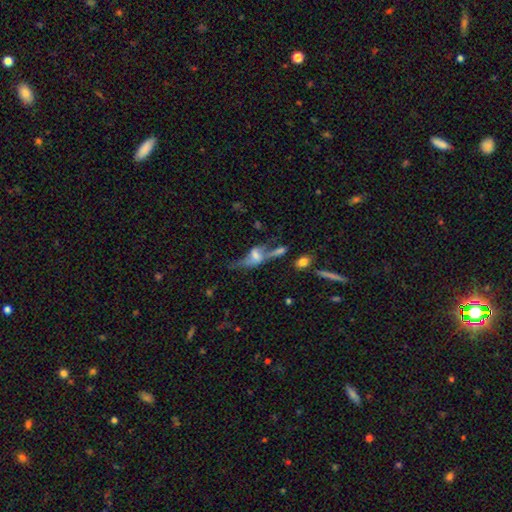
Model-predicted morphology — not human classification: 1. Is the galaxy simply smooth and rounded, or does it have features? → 61% featured or disk, 27% smooth, 11% star or artifact.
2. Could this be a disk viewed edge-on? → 56% no, 44% yes.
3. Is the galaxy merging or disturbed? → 34% none, 26% major disturbance, 23% merger, 18% minor disturbance.